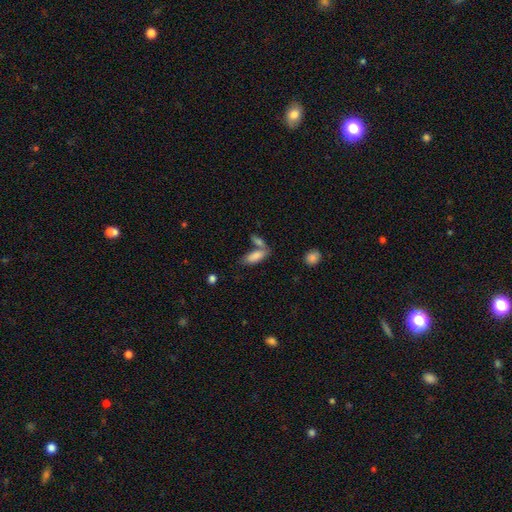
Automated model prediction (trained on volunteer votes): The model was most divided on "merging": none: 44%, merger: 38%, minor disturbance: 12%, major disturbance: 5%. More confident: smooth or featured — smooth (83%); how rounded — in between (76%).